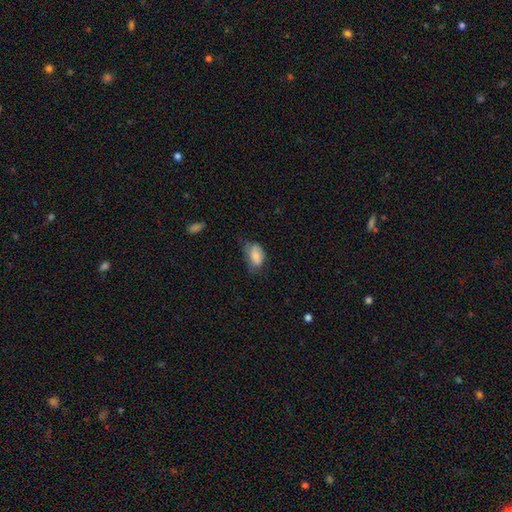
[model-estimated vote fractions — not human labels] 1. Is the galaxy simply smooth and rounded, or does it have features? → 80% smooth, 12% featured or disk, 8% star or artifact.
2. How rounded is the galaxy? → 89% in between, 9% round, 2% cigar-shaped.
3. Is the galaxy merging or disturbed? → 40% minor disturbance (tied), 40% none (tied), 18% major disturbance, 2% merger.